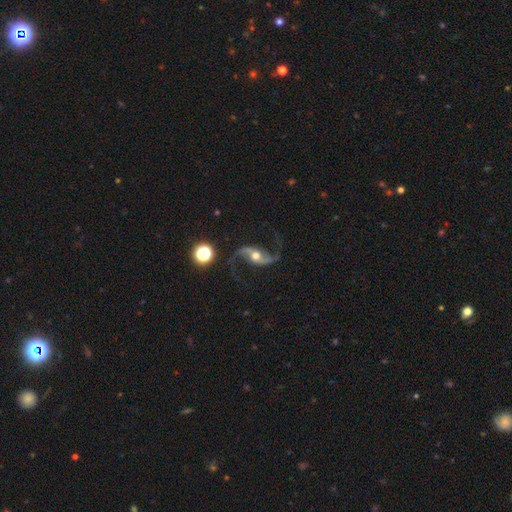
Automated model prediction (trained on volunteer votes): This is clearly a featured or disk galaxy (89%). It is clearly not viewed edge-on (95%). Bar: possibly no (51%). Spiral arm pattern: clearly yes (97%). Spiral arm count: clearly 2 (95%). Spiral winding: clearly loose (87%). Central bulge: likely moderate (72%). Merging: likely none (77%).